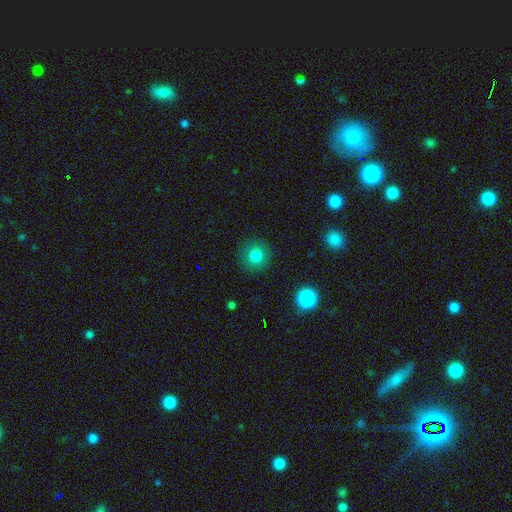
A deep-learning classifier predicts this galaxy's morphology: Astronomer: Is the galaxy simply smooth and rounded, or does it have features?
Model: smooth — 81%.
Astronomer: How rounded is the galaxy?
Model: round — 93%.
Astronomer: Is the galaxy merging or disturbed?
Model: none — 90%.